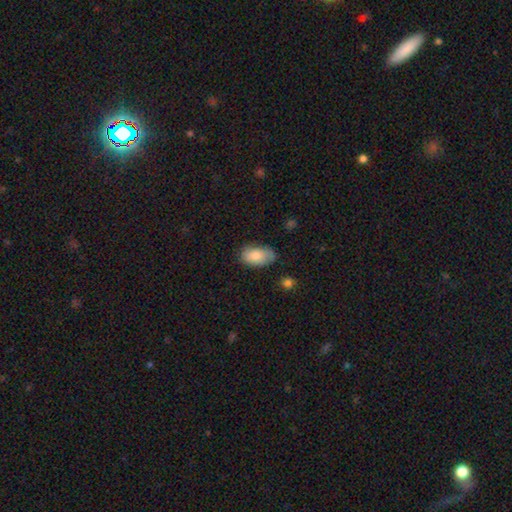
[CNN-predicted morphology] Smooth or featured? Predicted: smooth (p=0.82). How rounded? Predicted: in between (p=0.94). Merging? Predicted: none (p=0.69).